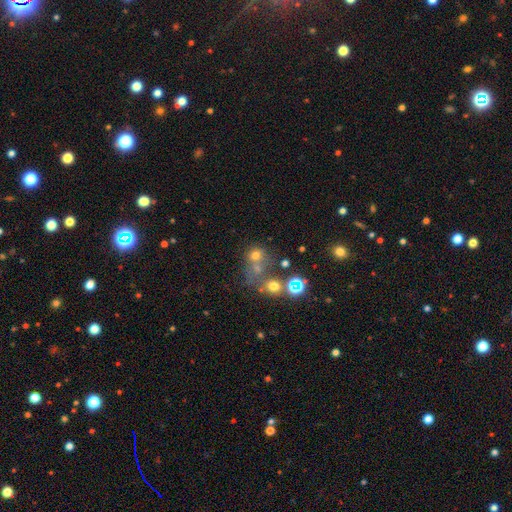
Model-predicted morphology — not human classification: type=smooth (60%); roundness=round (74%); merging=merger (41%, tied with none).